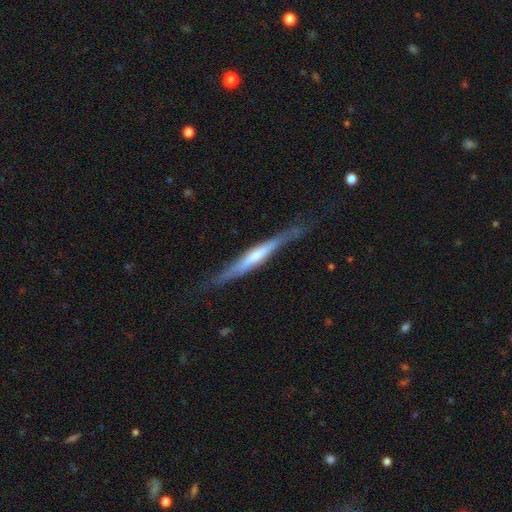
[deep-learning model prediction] Morphology: type=featured or disk (61%); edge-on=yes (93%); edge-on bulge=none (38%); merging=none (72%).